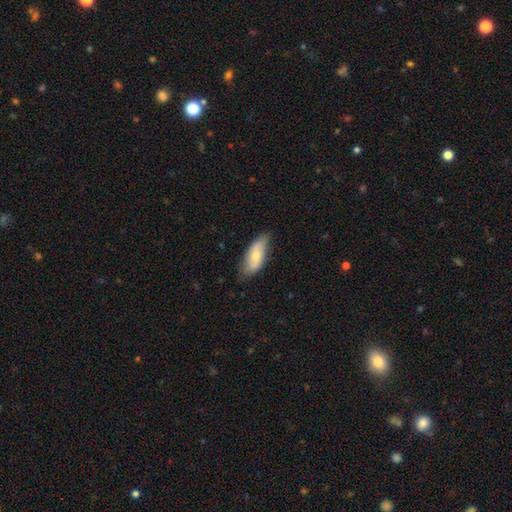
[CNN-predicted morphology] A smooth galaxy with no disk features (68%) that is in between round and cigar-shaped (84%).

Vote fractions:
- Smooth or featured? smooth: 68% / featured or disk: 26% / star or artifact: 6%
- How rounded? in between: 84% / cigar-shaped: 14% / round: 3%
- Merging? none: 72% / minor disturbance: 23% / major disturbance: 4% / merger: 1%